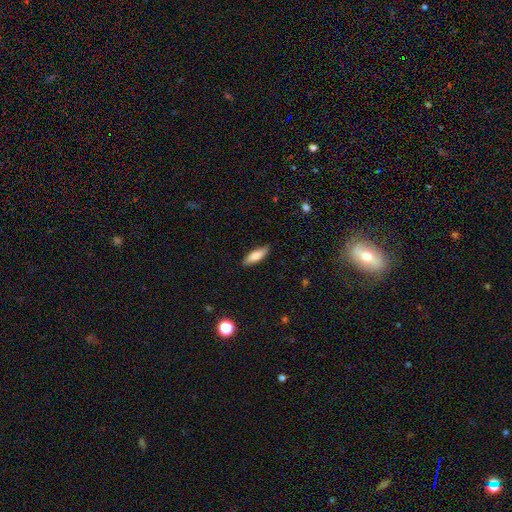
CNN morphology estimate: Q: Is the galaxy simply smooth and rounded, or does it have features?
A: smooth — 79%.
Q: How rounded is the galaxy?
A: in between — 53%.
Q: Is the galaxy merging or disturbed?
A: none — 85%.